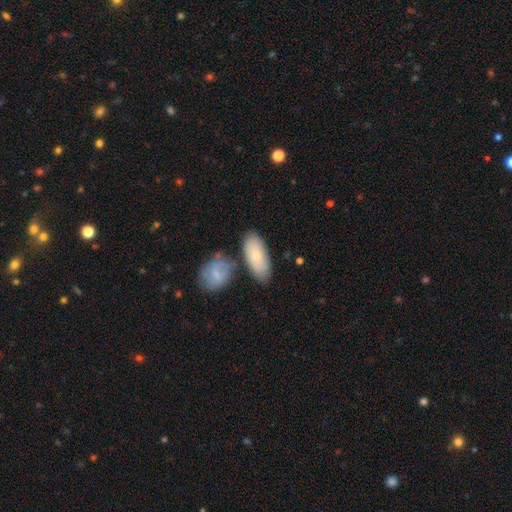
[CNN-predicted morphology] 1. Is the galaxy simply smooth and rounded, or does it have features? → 77% smooth, 18% featured or disk, 5% star or artifact.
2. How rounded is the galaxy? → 88% in between, 9% cigar-shaped, 3% round.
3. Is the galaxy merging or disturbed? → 66% none, 16% minor disturbance, 15% merger, 4% major disturbance.